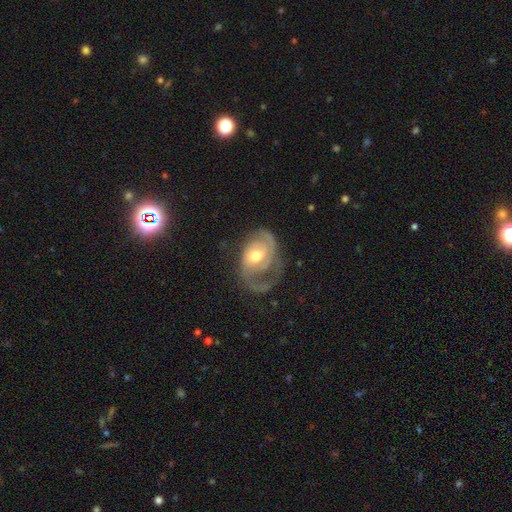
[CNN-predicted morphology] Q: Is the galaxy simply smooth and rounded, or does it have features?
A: featured or disk — 79%.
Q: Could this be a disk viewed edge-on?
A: no — 97%.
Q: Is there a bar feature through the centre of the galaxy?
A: no — 58%.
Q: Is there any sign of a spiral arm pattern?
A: yes — 87%.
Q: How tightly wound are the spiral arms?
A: tight — 42%.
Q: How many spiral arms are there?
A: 2 — 41%.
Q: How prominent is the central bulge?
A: moderate — 72%.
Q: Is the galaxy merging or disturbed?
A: major disturbance — 39%.